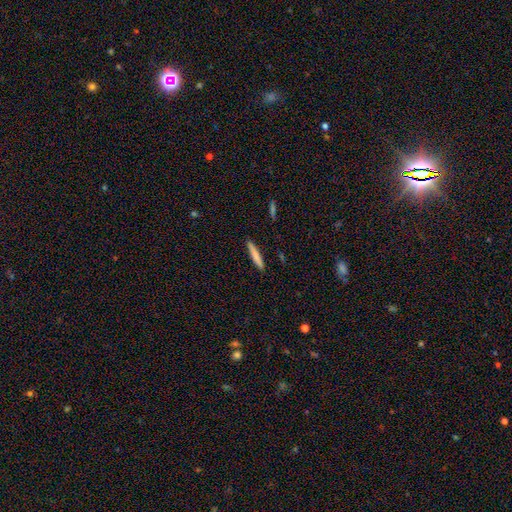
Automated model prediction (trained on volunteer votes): smooth-or-featured: smooth: 79% | featured or disk: 15% | star or artifact: 6%
  how-rounded: cigar-shaped: 93% | in between: 5% | round: 1%
  merging: none: 89% | minor disturbance: 8% | major disturbance: 2% | merger: 1%